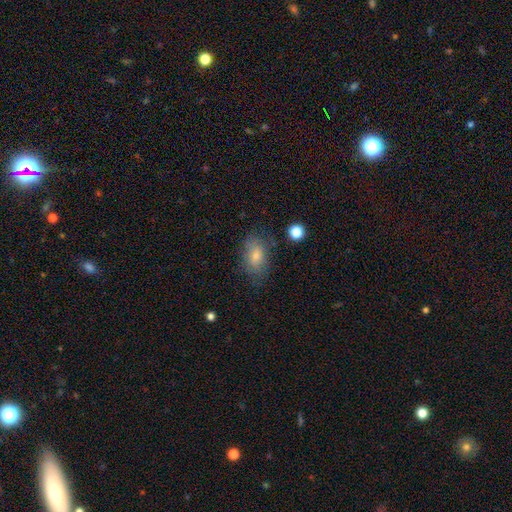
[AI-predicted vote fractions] Overall: smooth (70%). How rounded: in between (87%). Merging: none (73%).